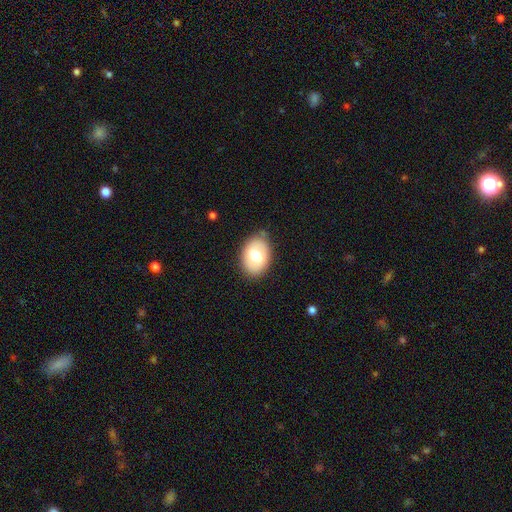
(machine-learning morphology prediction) Smooth or featured? smooth (72%)
How rounded? in between (79%)
Merging? none (82%)